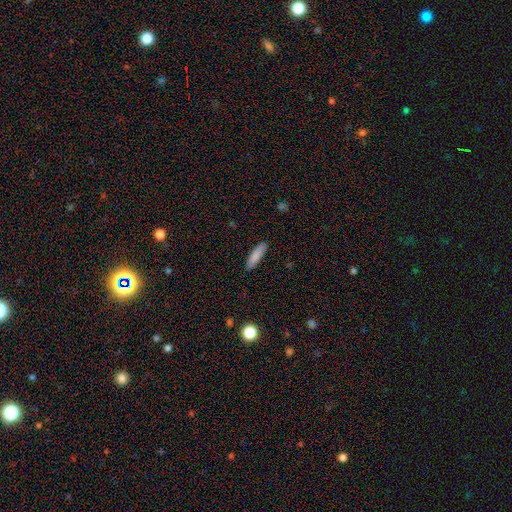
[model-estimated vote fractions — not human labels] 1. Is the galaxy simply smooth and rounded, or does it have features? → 86% smooth, 8% featured or disk, 6% star or artifact.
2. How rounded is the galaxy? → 65% cigar-shaped, 33% in between, 2% round.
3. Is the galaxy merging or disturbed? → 87% none, 10% minor disturbance, 2% major disturbance, 1% merger.